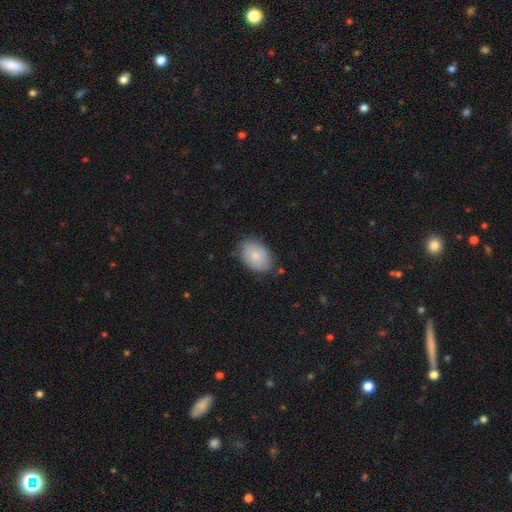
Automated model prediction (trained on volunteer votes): Overall: smooth (82%). How rounded: in between (86%). Merging: none (75%).